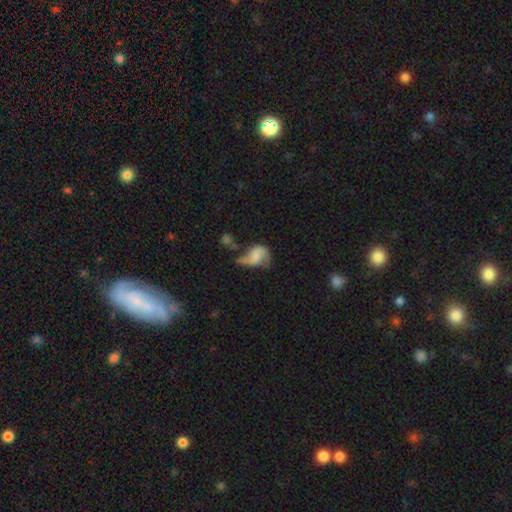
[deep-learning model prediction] Smooth or featured? featured or disk (54%)
Edge-on disk? no (97%)
Bar? no (61%)
Spiral arms? yes (76%)
Bulge size? none (58%)
Merging? major disturbance (35%)